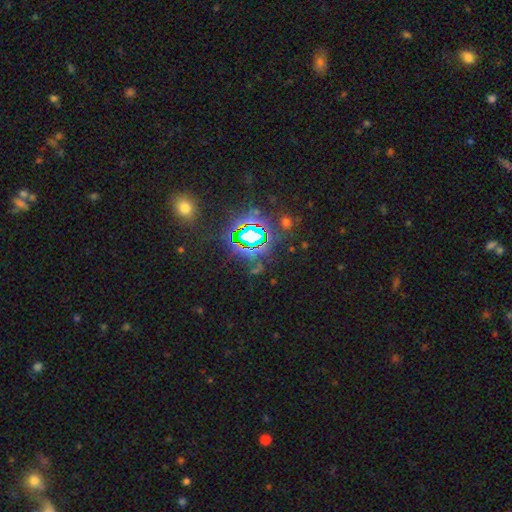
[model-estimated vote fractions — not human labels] This appears to be a star or artifact, not a galaxy (80%).